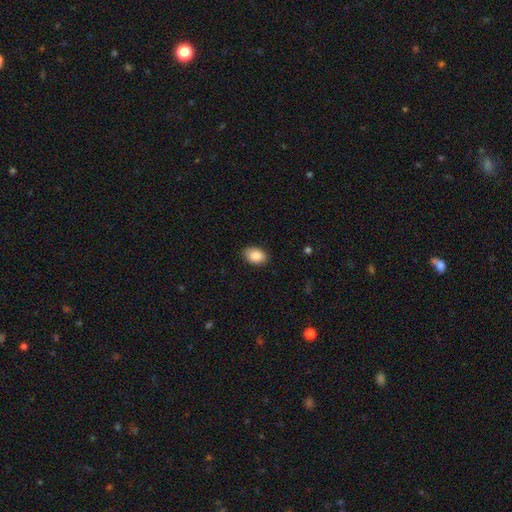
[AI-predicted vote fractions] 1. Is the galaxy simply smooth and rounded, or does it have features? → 88% smooth, 7% star or artifact, 5% featured or disk.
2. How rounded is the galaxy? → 85% in between, 14% round, 1% cigar-shaped.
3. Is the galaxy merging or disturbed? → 88% none, 9% minor disturbance, 2% major disturbance, 1% merger.